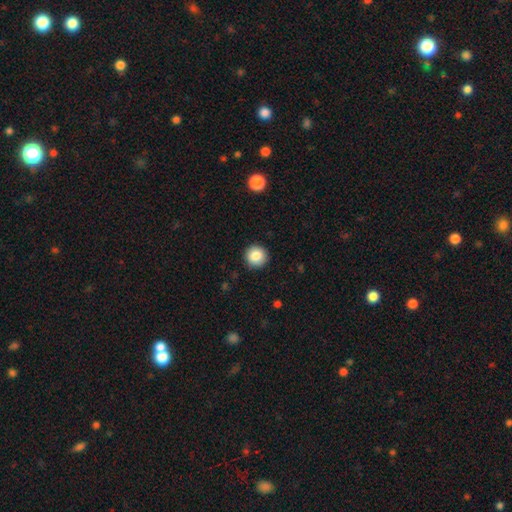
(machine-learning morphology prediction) Overall: smooth (85%). How rounded: round (95%). Merging: none (92%).